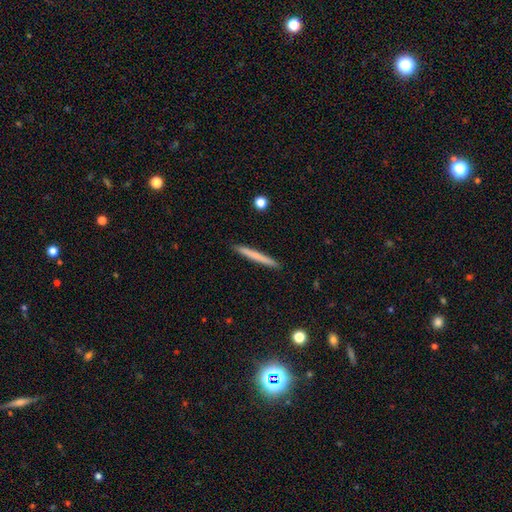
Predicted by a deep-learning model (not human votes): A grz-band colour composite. It shows a smooth galaxy with no disk features (68%) that is cigar-shaped (97%). Merging: none (92%).